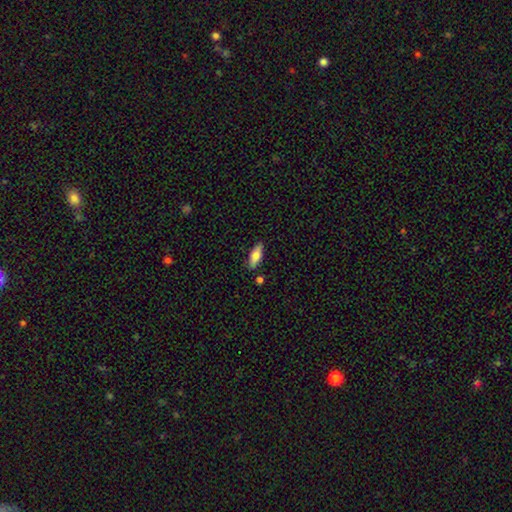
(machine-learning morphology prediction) Smooth or featured? Predicted: smooth (p=0.73). How rounded? Predicted: in between (p=0.66). Merging? Predicted: none (p=0.84).